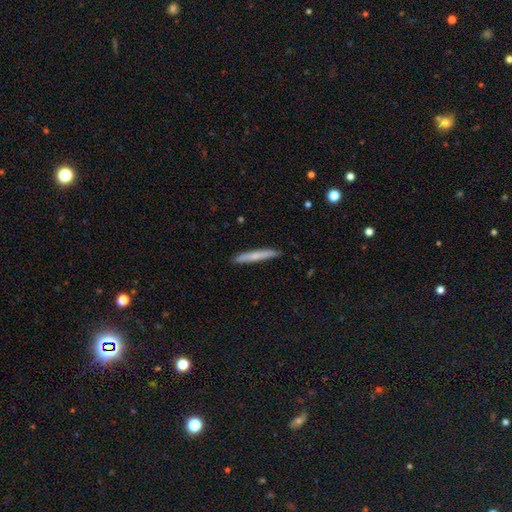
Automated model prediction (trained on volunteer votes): Overall: smooth (64%; featured or disk 30%). How rounded: cigar-shaped (96%). Merging: none (90%).